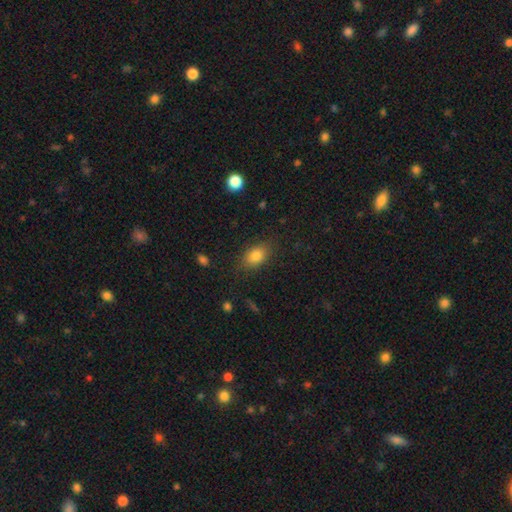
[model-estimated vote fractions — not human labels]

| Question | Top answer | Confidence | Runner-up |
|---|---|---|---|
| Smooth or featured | smooth | 81% | star or artifact (10%) |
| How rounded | in between | 81% | round (17%) |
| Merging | none | 81% | minor disturbance (13%) |